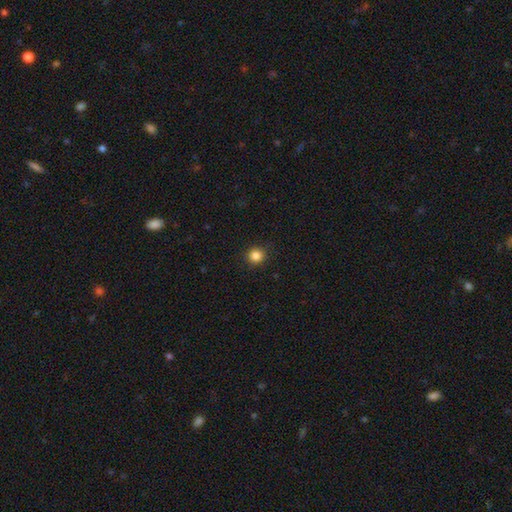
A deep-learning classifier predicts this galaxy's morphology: A smooth galaxy with no disk features (85%) that is round (92%). Merging: none (91%).